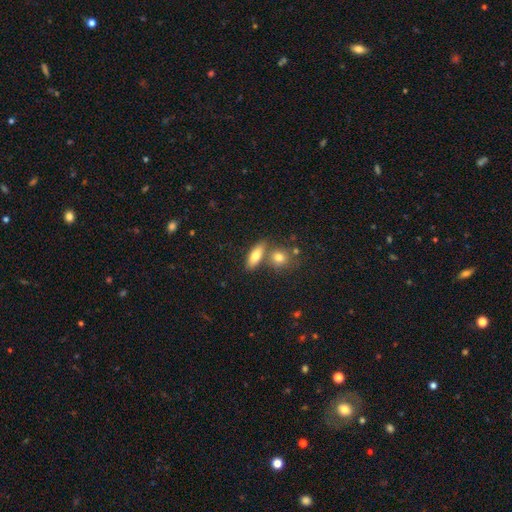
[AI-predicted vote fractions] A smooth galaxy with no disk features (75%) that is in between round and cigar-shaped (67%). Merging: none (62%).